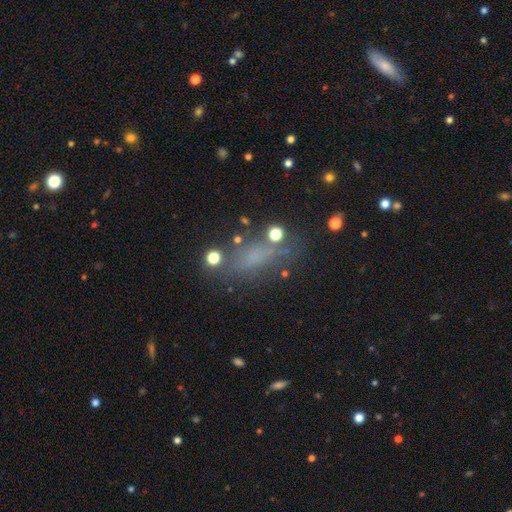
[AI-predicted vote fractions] Overall: smooth (54%; star or artifact 29%). How rounded: in between (55%; cigar-shaped 33%). Merging: none (65%).